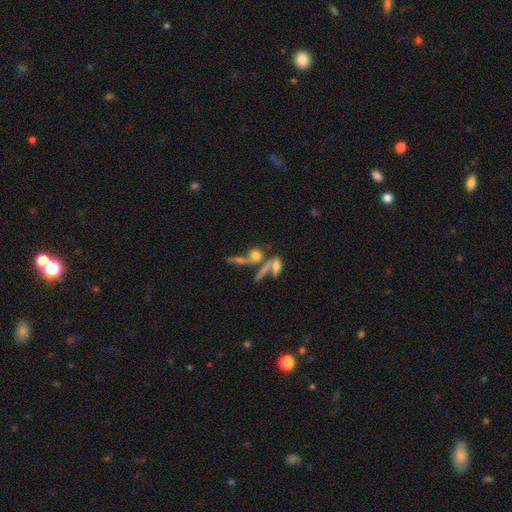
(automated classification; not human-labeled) A smooth galaxy with no disk features (53%) that is round (43%). Merging: merger (44%).